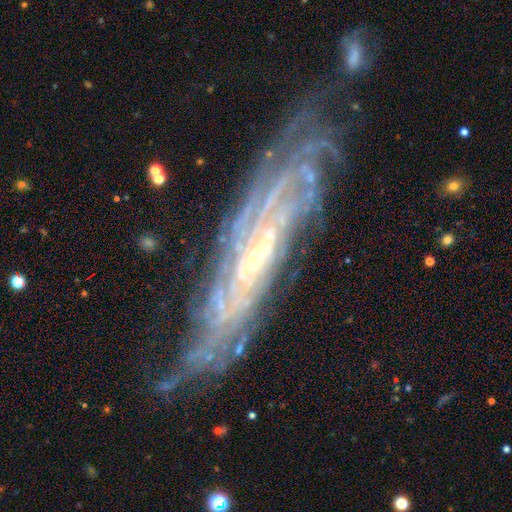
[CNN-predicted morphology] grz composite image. It shows a featured or disk galaxy (87%) with no bar (40%), tight (76%) spiral arms (96%) and a small central bulge (68%). Merging: none (72%).